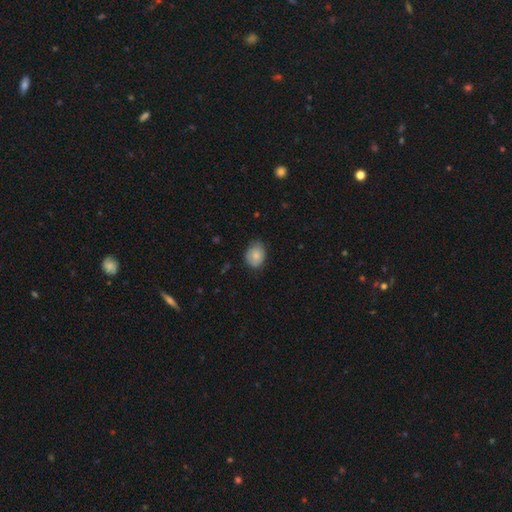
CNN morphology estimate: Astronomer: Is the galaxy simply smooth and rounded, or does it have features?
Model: smooth — 79%.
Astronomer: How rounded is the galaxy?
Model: in between — 60% (runner-up: round, 39%).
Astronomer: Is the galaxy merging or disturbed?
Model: none — 71%.